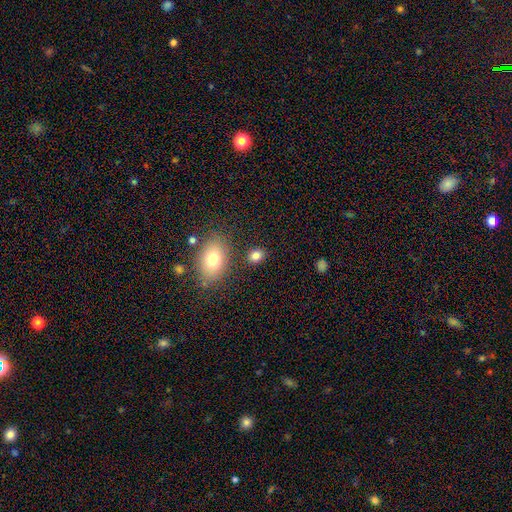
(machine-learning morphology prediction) Smooth or featured? Predicted: smooth (p=0.83). How rounded? Predicted: in between (p=0.60). Merging? Predicted: none (p=0.81).